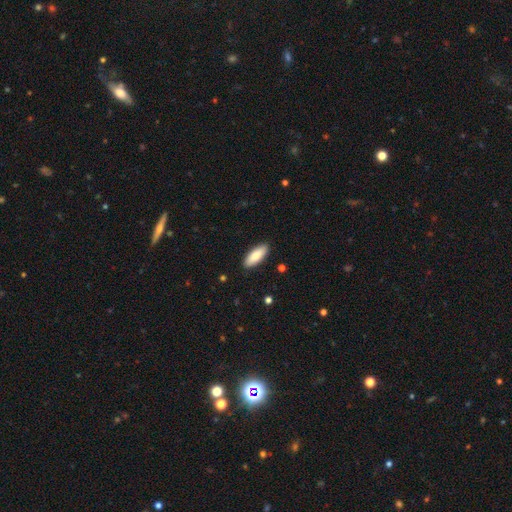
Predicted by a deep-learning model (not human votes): smooth-or-featured: smooth: 82% | featured or disk: 12% | star or artifact: 5%
  how-rounded: in between: 74% | cigar-shaped: 24% | round: 2%
  merging: none: 90% | minor disturbance: 8% | major disturbance: 2% | merger: 1%